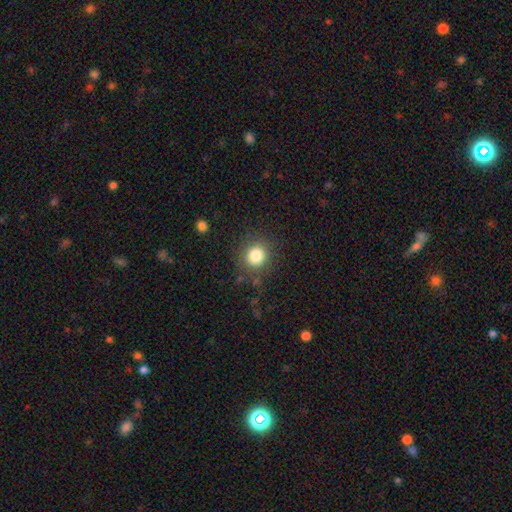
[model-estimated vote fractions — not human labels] Smooth or featured? smooth (82%)
How rounded? round (89%)
Merging? none (84%)